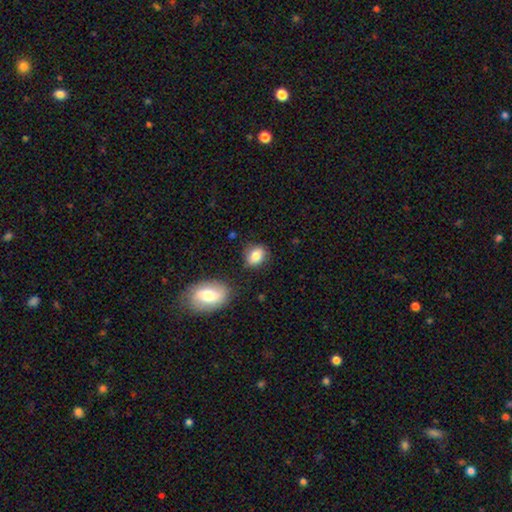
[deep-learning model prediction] The model was most divided on "how rounded": in between: 58%, round: 40%, cigar-shaped: 2%. More confident: smooth or featured — smooth (81%); merging — none (78%).